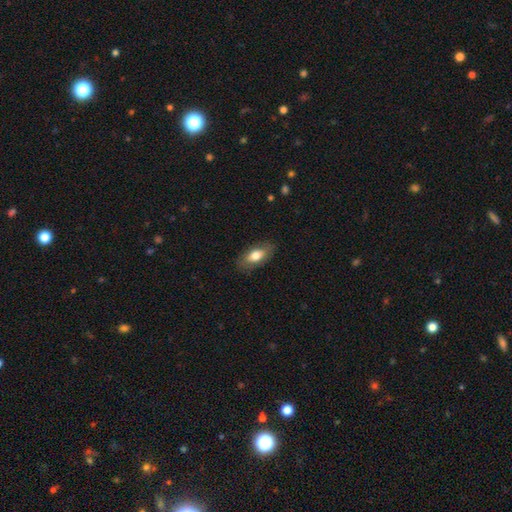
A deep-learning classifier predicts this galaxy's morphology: Overall: smooth (73%). How rounded: in between (87%). Merging: none (83%).